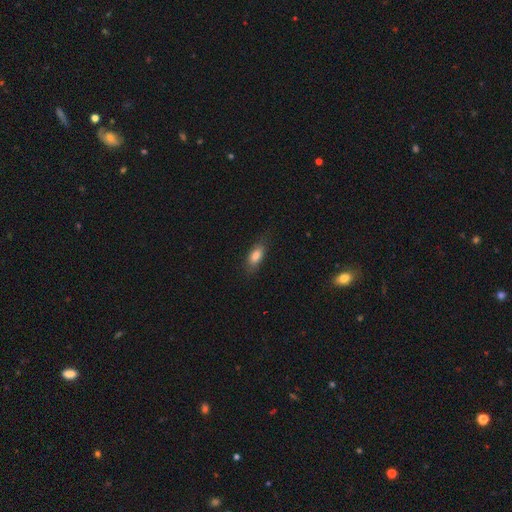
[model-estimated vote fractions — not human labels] A smooth galaxy with no disk features (81%) that is in between round and cigar-shaped (82%). Merging: none (78%).